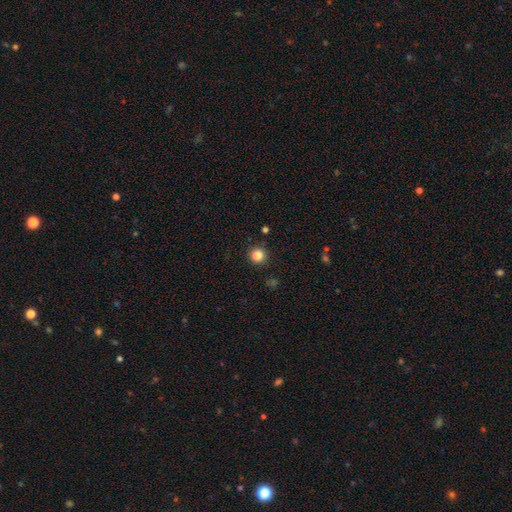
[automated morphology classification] This is clearly a smooth galaxy (84%). How rounded: clearly round (92%). Merging: clearly none (90%).